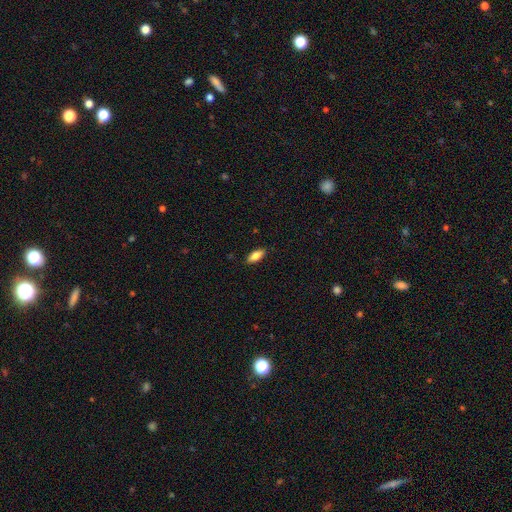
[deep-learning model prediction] A smooth galaxy with no disk features (81%) that is in between round and cigar-shaped (84%). Merging: none (87%).